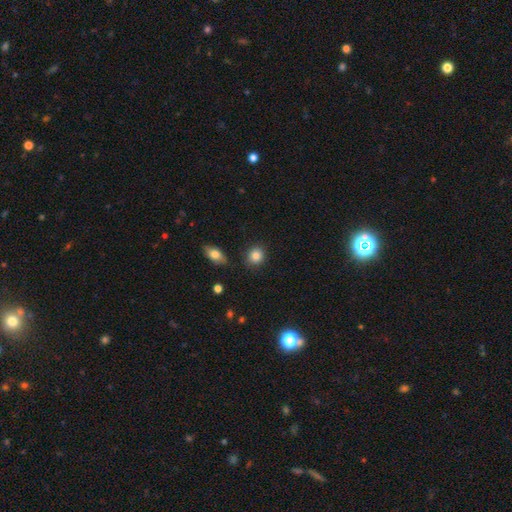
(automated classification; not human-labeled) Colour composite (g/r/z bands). It shows a smooth galaxy with no disk features (85%) that is round (77%). Merging: none (86%).